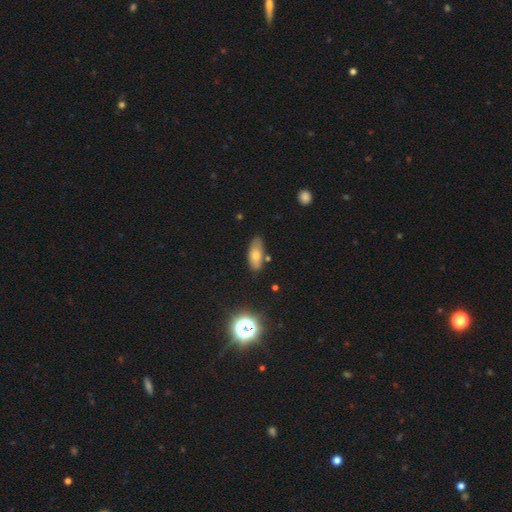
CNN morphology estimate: Smooth or featured? smooth (67%)
How rounded? in between (83%)
Merging? none (69%)